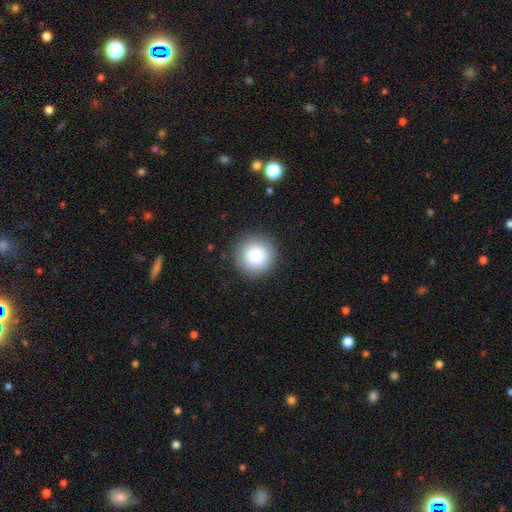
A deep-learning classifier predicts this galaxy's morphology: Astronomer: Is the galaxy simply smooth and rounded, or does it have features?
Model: smooth — 85%.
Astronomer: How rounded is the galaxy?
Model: round — 96%.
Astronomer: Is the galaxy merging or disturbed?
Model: none — 90%.